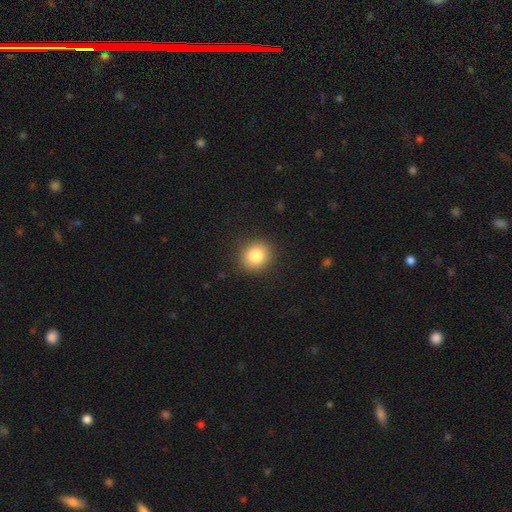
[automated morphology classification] smooth 84%, star or artifact 9%, featured or disk 7%. Down the decision tree: how rounded — round (84%); merging — none (90%).